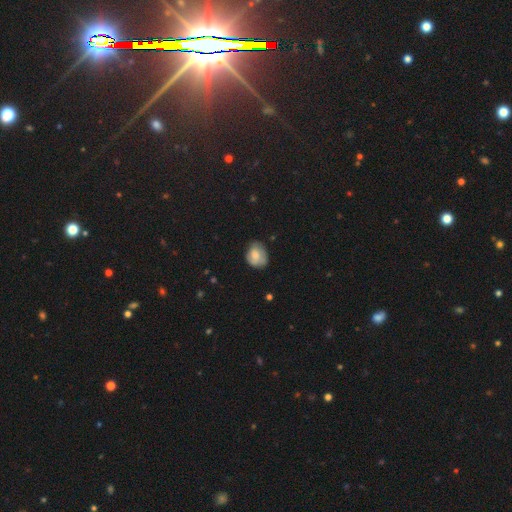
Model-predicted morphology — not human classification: smooth-or-featured: smooth: 70% | featured or disk: 22% | star or artifact: 8%
  how-rounded: in between: 53% | round: 46% | cigar-shaped: 1%
  merging: none: 60% | minor disturbance: 30% | major disturbance: 8% | merger: 2%